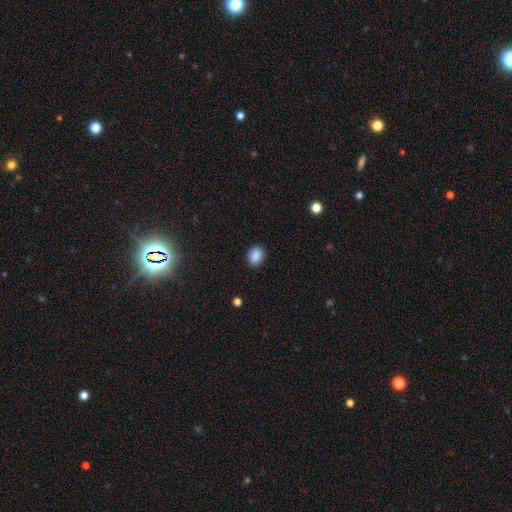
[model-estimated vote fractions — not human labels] Morphology: type=smooth (88%); roundness=in between (60%); merging=none (89%).